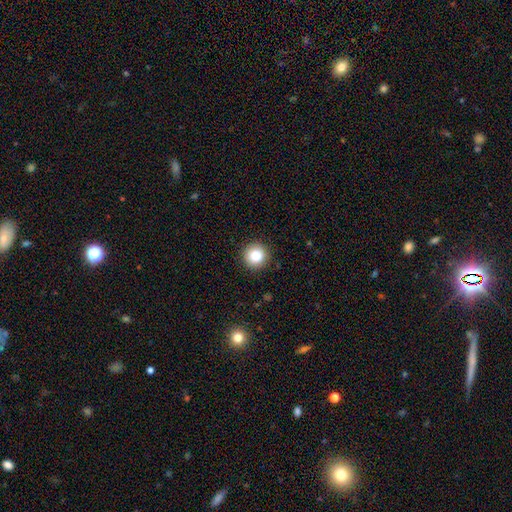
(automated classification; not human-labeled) Q: Smooth or featured?
A: smooth (86%); runner-up: star or artifact (10%)
Q: How rounded?
A: round (95%); runner-up: in between (4%)
Q: Merging?
A: none (91%); runner-up: minor disturbance (6%)